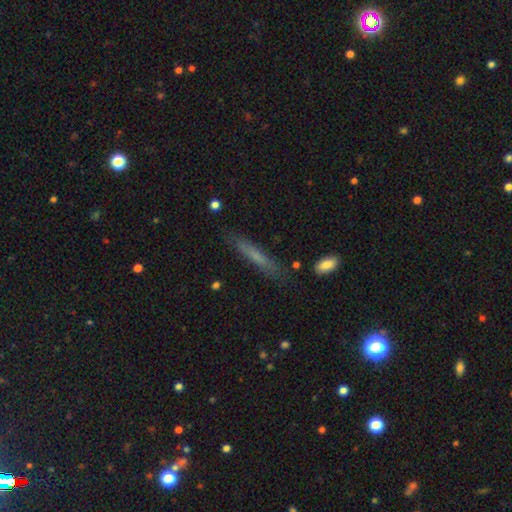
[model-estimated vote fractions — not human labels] smooth_or_featured: smooth (p=0.61) [alt: featured or disk p=0.31]
how_rounded: cigar-shaped (p=0.93) [alt: in between p=0.06]
merging: none (p=0.83) [alt: minor disturbance p=0.12]